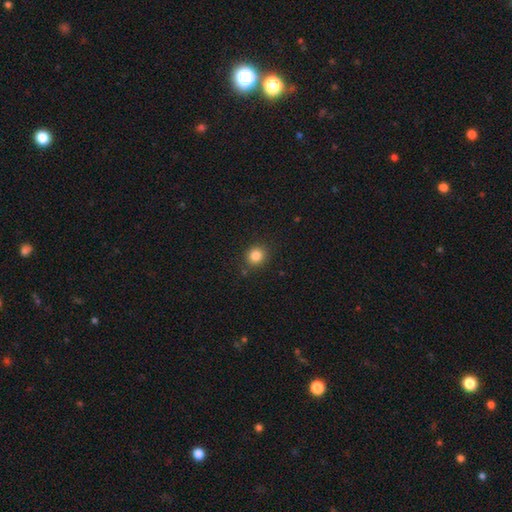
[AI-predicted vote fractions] smooth-or-featured: smooth: 84% | star or artifact: 11% | featured or disk: 5%
  how-rounded: round: 83% | in between: 16% | cigar-shaped: 1%
  merging: none: 86% | minor disturbance: 9% | major disturbance: 3% | merger: 2%